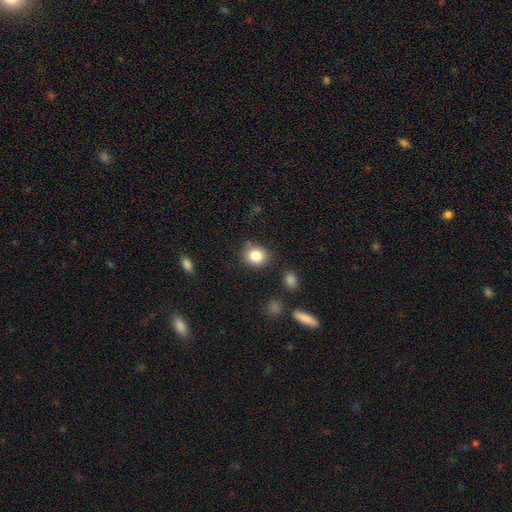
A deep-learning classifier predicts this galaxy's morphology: smooth_or_featured: smooth (p=0.84) [alt: star or artifact p=0.10]
how_rounded: round (p=0.77) [alt: in between p=0.22]
merging: none (p=0.78) [alt: minor disturbance p=0.15]